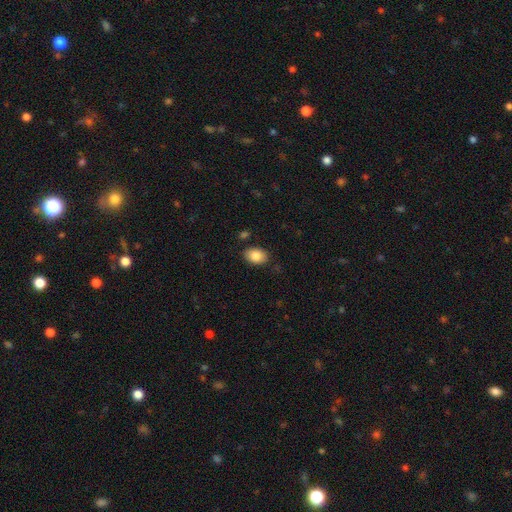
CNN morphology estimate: The model was most divided on "how rounded": in between: 76%, round: 23%, cigar-shaped: 1%. More confident: smooth or featured — smooth (86%); merging — none (85%).